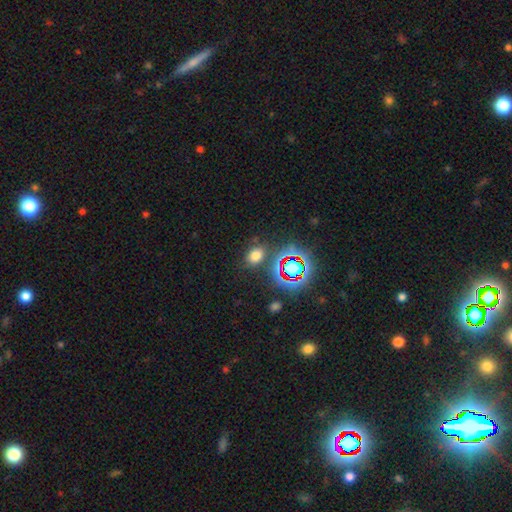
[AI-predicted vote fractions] This appears to be a smooth galaxy with no disk features (66%) that is in between round and cigar-shaped (66%). Merging: none (79%).